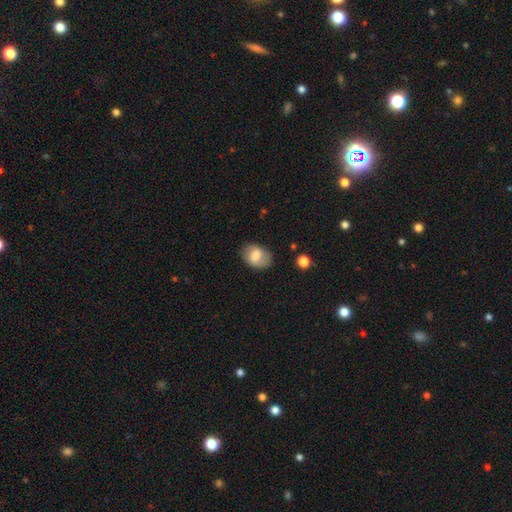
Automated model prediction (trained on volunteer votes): Q: Smooth or featured?
A: smooth (71%); runner-up: featured or disk (21%)
Q: How rounded?
A: in between (77%); runner-up: round (22%)
Q: Merging?
A: none (74%); runner-up: minor disturbance (19%)